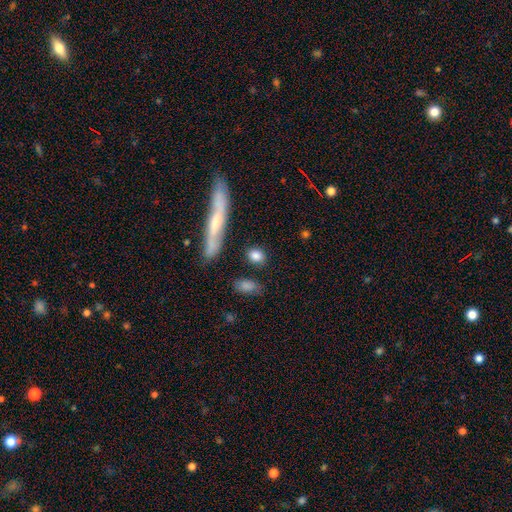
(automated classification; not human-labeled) smooth_or_featured: smooth (p=0.83) [alt: featured or disk p=0.10]
how_rounded: in between (p=0.49) [alt: round p=0.40]
merging: none (p=0.81) [alt: minor disturbance p=0.11]